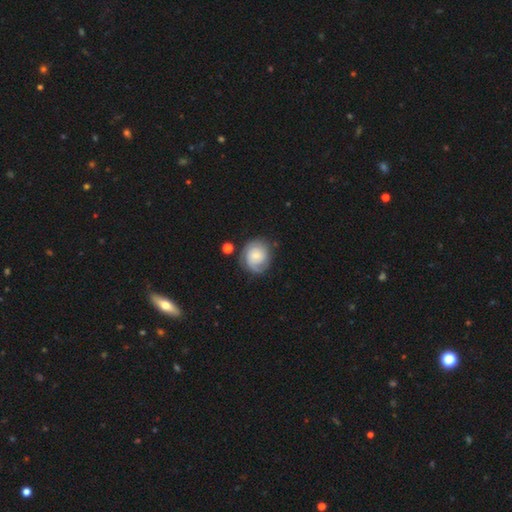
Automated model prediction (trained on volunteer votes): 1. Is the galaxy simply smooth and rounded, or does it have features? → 65% featured or disk, 28% smooth, 6% star or artifact.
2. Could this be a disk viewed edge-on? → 98% no, 2% yes.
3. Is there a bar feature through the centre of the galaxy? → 72% no, 24% weak, 4% strong.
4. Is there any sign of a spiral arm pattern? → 92% yes, 8% no.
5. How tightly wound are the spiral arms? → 64% tight, 27% medium, 9% loose.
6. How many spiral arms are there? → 46% 2, 25% can't tell, 11% 1, 11% 3, 3% 4, 3% more than 4.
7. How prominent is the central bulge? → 56% small, 31% moderate, 6% none, 6% large, 2% dominant.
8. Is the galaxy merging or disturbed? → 71% none, 19% minor disturbance, 8% major disturbance, 3% merger.